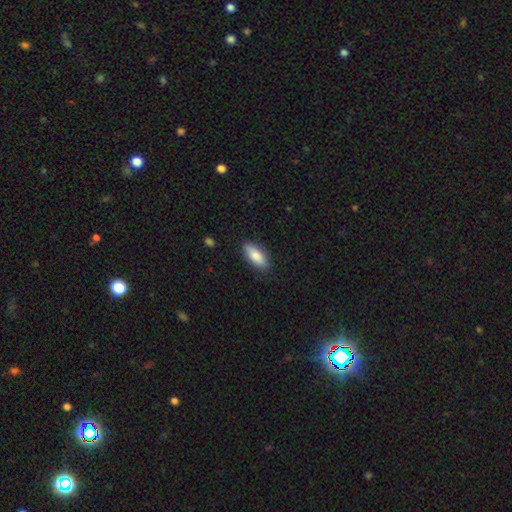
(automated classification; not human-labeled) This appears to be a smooth galaxy with no disk features (84%) that is in between round and cigar-shaped (79%). Merging: none (86%).